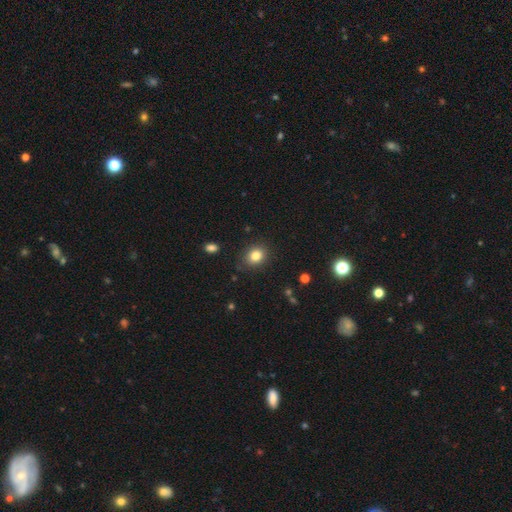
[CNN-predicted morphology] Overall: smooth (83%). How rounded: round (56%; in between 43%). Merging: none (86%).